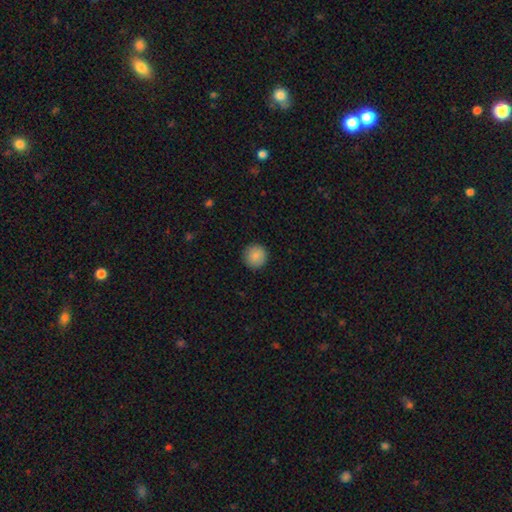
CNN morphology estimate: A smooth galaxy with no disk features (87%) that is round (95%).

Vote fractions:
- Smooth or featured? smooth: 87% / star or artifact: 8% / featured or disk: 5%
- How rounded? round: 95% / in between: 4% / cigar-shaped: 1%
- Merging? none: 91% / minor disturbance: 6% / major disturbance: 2% / merger: 1%